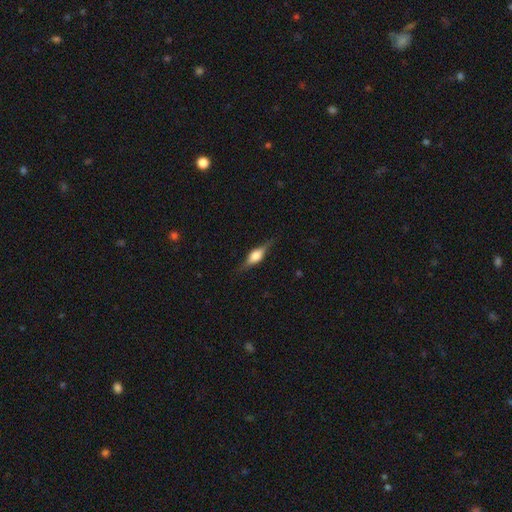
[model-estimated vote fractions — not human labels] Q: Smooth or featured?
A: featured or disk (62%); runner-up: smooth (31%)
Q: Edge-on disk?
A: yes (96%); runner-up: no (4%)
Q: Edge-on bulge?
A: rounded (86%); runner-up: boxy (12%)
Q: Merging?
A: none (82%); runner-up: minor disturbance (13%)